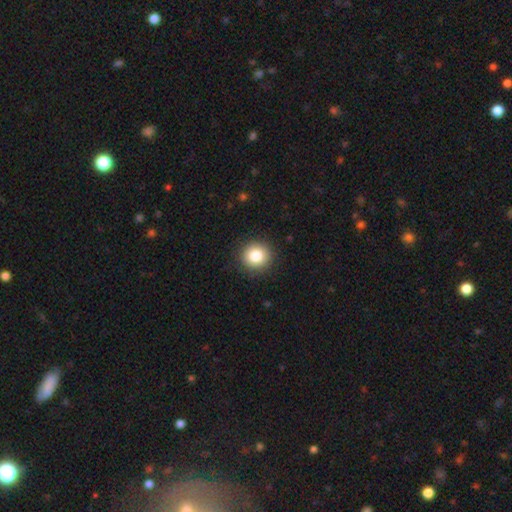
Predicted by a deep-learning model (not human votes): This appears to be a smooth galaxy with no disk features (84%) that is round (92%). Merging: none (91%).